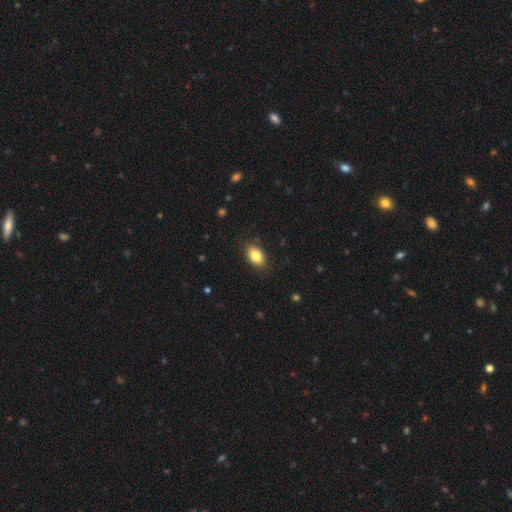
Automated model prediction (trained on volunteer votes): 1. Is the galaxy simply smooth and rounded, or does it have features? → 83% smooth, 9% featured or disk, 8% star or artifact.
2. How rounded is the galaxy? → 88% in between, 11% round, 2% cigar-shaped.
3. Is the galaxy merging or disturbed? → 86% none, 10% minor disturbance, 2% major disturbance, 1% merger.